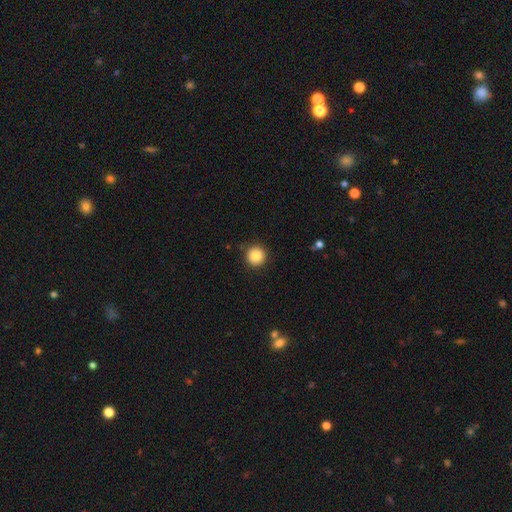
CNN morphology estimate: type=smooth (86%); roundness=round (94%); merging=none (90%).